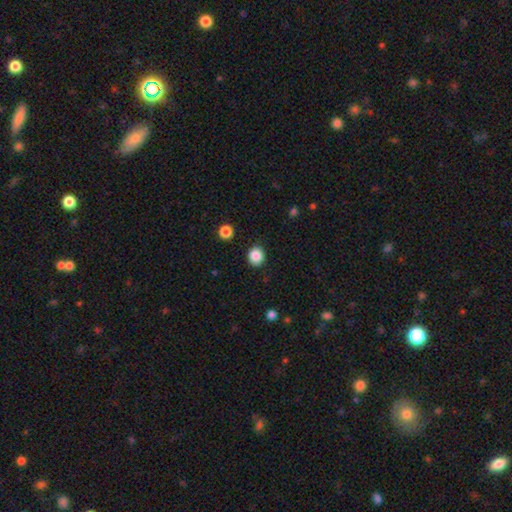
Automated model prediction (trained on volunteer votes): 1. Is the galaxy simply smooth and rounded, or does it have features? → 87% smooth, 10% star or artifact, 3% featured or disk.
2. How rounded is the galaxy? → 81% round, 18% in between, 1% cigar-shaped.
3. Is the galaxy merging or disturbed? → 88% none, 9% minor disturbance, 2% major disturbance, 2% merger.